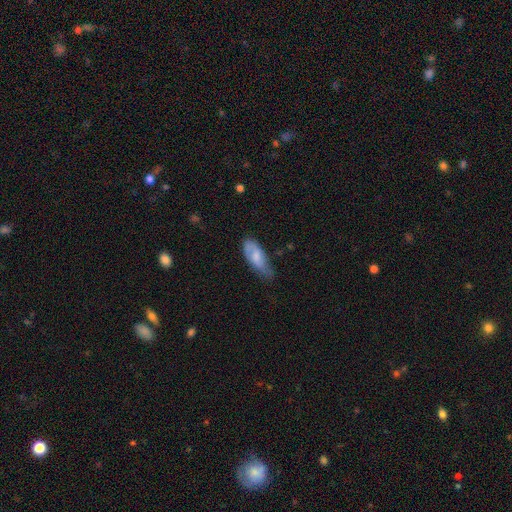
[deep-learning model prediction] The model was most divided on "merging": none: 51%, minor disturbance: 37%, major disturbance: 10%, merger: 2%. More confident: how rounded — in between (79%); smooth or featured — smooth (63%).